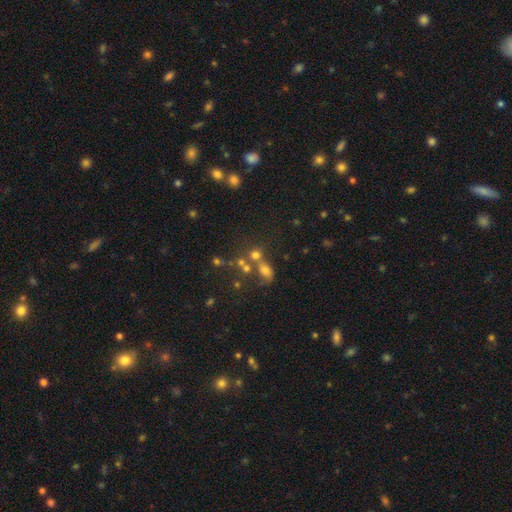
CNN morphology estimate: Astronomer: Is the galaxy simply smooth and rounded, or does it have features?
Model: smooth — 56%.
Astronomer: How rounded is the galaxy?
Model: round — 65%.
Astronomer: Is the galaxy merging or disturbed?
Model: none — 41% (runner-up: merger, 40%).